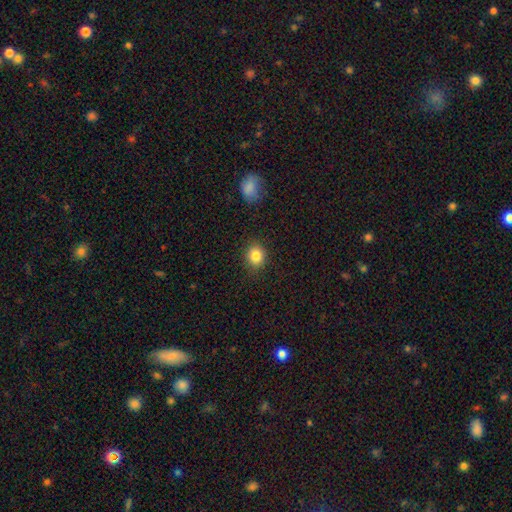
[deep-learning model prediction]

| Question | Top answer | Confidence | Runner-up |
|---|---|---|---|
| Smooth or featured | smooth | 84% | star or artifact (10%) |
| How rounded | round | 77% | in between (22%) |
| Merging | none | 88% | minor disturbance (8%) |